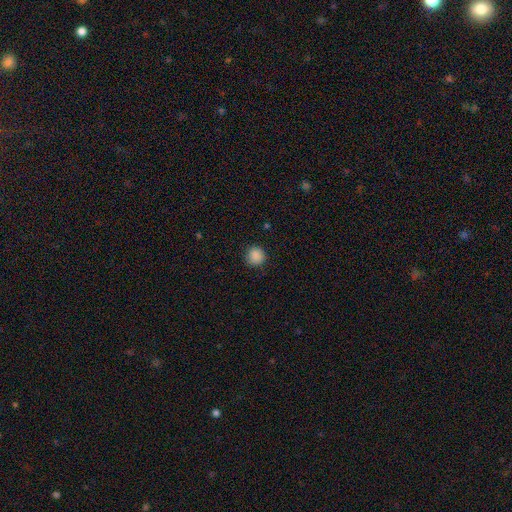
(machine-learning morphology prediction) smooth 87%, star or artifact 10%, featured or disk 3%. Down the decision tree: how rounded — round (94%); merging — none (88%).